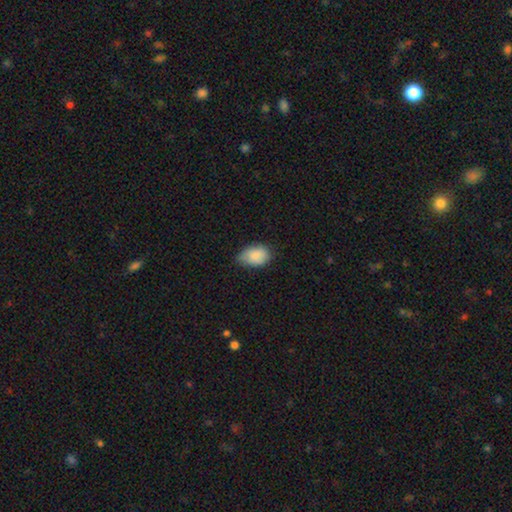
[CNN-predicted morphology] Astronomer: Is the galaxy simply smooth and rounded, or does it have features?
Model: smooth — 85%.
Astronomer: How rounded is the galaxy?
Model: in between — 84%.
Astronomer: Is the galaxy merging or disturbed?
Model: none — 57% (runner-up: minor disturbance, 36%).